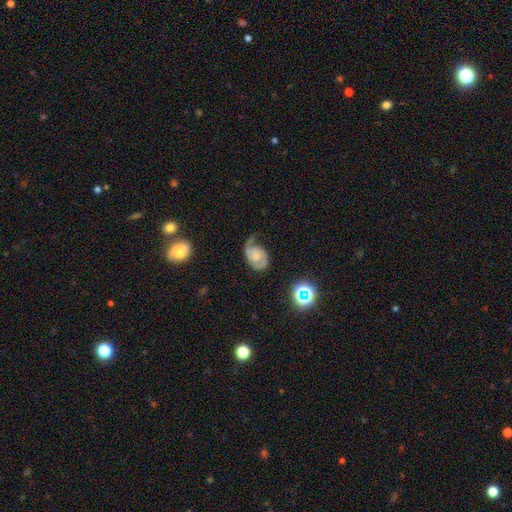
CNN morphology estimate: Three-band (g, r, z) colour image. It shows a featured or disk galaxy (67%) with no bar (71%), 2 (52%) medium (41%) spiral arms (90%) and a small central bulge (45%). Merging: none (37%).